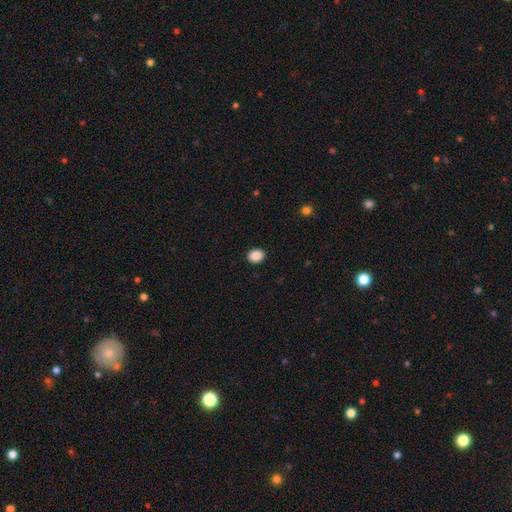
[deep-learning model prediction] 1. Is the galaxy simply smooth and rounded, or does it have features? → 89% smooth, 8% star or artifact, 2% featured or disk.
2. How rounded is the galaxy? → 50% round, 49% in between, 1% cigar-shaped.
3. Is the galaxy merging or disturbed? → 91% none, 6% minor disturbance, 2% major disturbance, 1% merger.